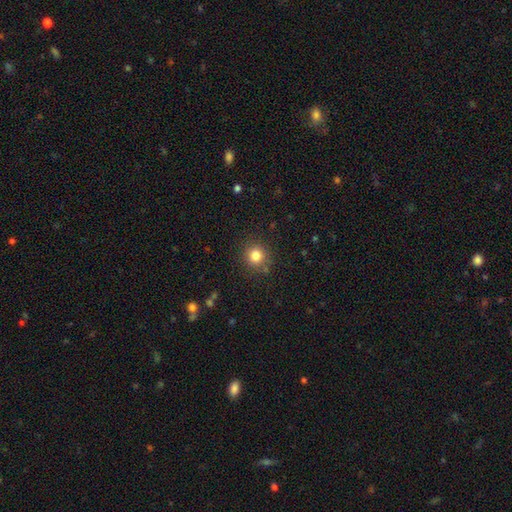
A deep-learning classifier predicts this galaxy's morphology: smooth-or-featured: smooth: 81% | star or artifact: 13% | featured or disk: 6%
  how-rounded: round: 92% | in between: 7% | cigar-shaped: 1%
  merging: none: 87% | minor disturbance: 8% | major disturbance: 3% | merger: 2%